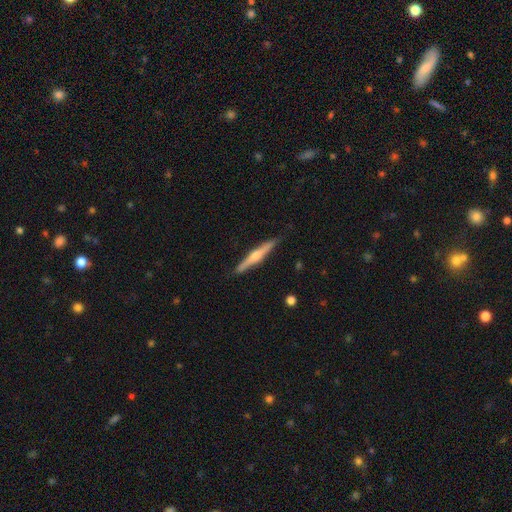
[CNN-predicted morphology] Smooth or featured: featured or disk — 65% (smooth — 29%)
Edge-on disk: yes — 98% (no — 2%)
Edge-on bulge: rounded — 85% (none — 8%)
Merging: none — 89% (minor disturbance — 9%)